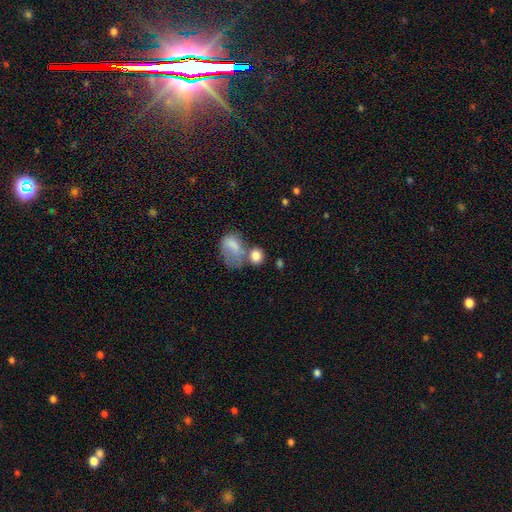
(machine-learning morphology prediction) A smooth galaxy with no disk features (80%) that is round (56%).

Vote fractions:
- Smooth or featured? smooth: 80% / featured or disk: 10% / star or artifact: 9%
- How rounded? round: 56% / in between: 43% / cigar-shaped: 1%
- Merging? none: 38% / merger: 36% / minor disturbance: 15% / major disturbance: 11%